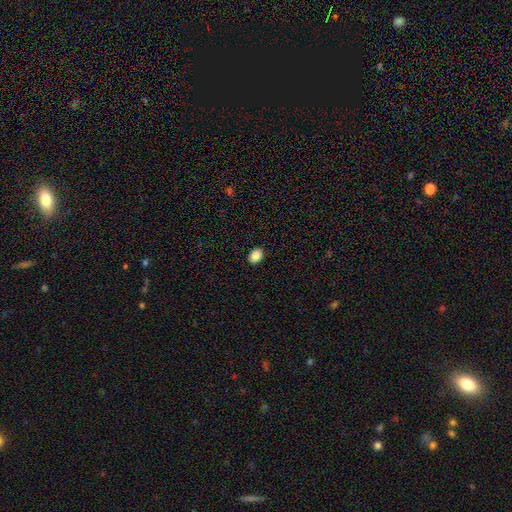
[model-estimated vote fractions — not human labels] This appears to be a smooth galaxy with no disk features (86%) that is in between round and cigar-shaped (74%). Merging: none (91%).